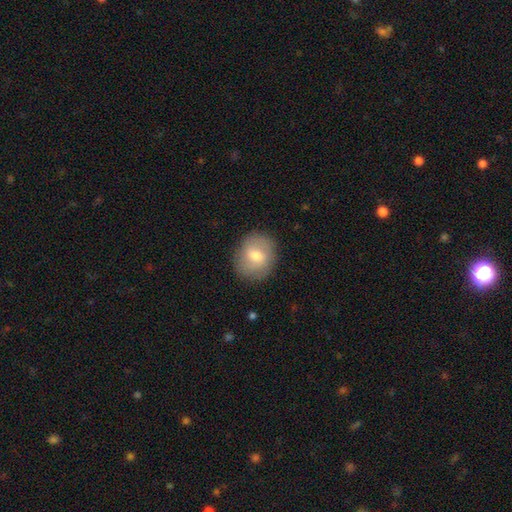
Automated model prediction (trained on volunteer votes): A smooth galaxy with no disk features (66%) that is round (66%).

Vote fractions:
- Smooth or featured? smooth: 66% / featured or disk: 26% / star or artifact: 8%
- How rounded? round: 66% / in between: 33% / cigar-shaped: 1%
- Merging? none: 84% / minor disturbance: 11% / major disturbance: 4% / merger: 1%